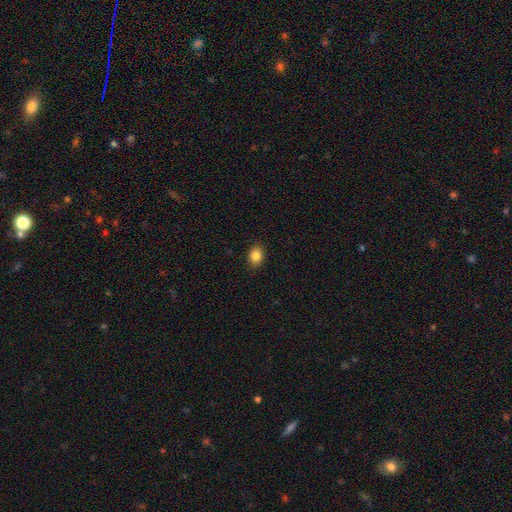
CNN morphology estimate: A smooth galaxy with no disk features (85%) that is in between round and cigar-shaped (64%).

Vote fractions:
- Smooth or featured? smooth: 85% / star or artifact: 9% / featured or disk: 5%
- How rounded? in between: 64% / round: 35% / cigar-shaped: 1%
- Merging? none: 90% / minor disturbance: 7% / major disturbance: 2% / merger: 1%